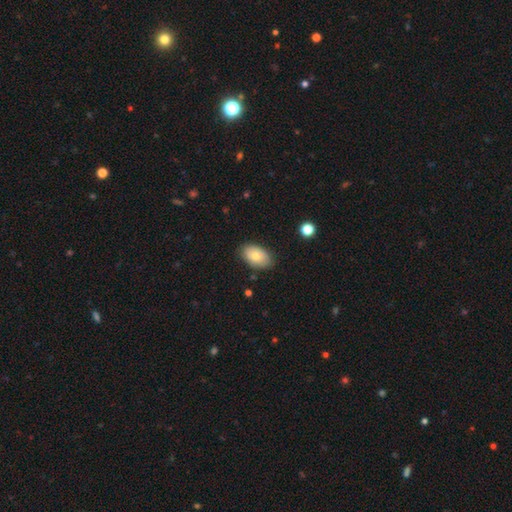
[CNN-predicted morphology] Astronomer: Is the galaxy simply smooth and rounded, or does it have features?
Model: smooth — 74%.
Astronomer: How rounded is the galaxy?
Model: in between — 91%.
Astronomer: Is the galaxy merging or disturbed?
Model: none — 83%.